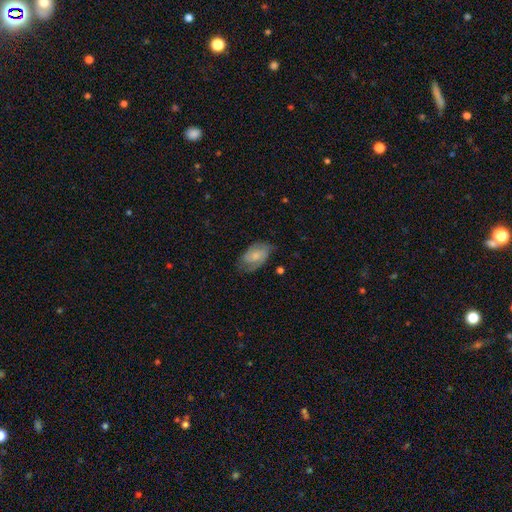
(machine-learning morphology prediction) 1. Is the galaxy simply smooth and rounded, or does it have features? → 57% featured or disk, 36% smooth, 7% star or artifact.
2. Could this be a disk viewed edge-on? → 96% no, 4% yes.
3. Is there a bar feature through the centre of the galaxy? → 59% no, 34% weak, 7% strong.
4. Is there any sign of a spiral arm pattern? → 88% yes, 12% no.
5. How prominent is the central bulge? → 43% small, 34% moderate, 15% none, 7% large, 2% dominant.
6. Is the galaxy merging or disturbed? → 64% none, 24% minor disturbance, 10% major disturbance, 2% merger.